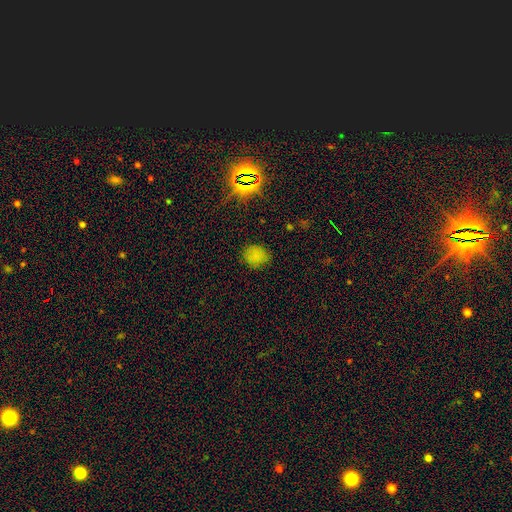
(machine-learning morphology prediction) smooth 74%, star or artifact 20%, featured or disk 5%. Down the decision tree: how rounded — round (70%); merging — none (84%).